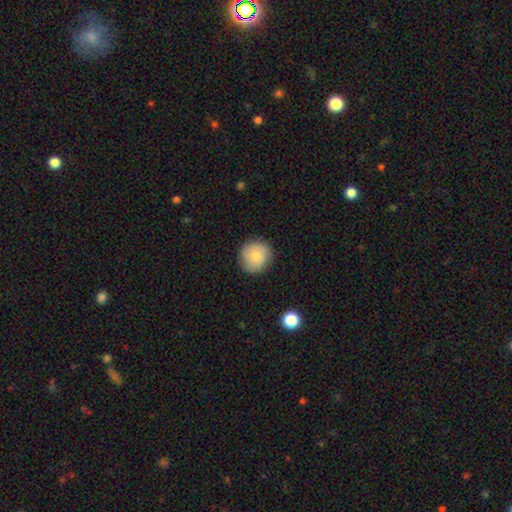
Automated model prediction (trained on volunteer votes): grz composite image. It shows a smooth galaxy with no disk features (81%) that is round (90%). Merging: none (86%).